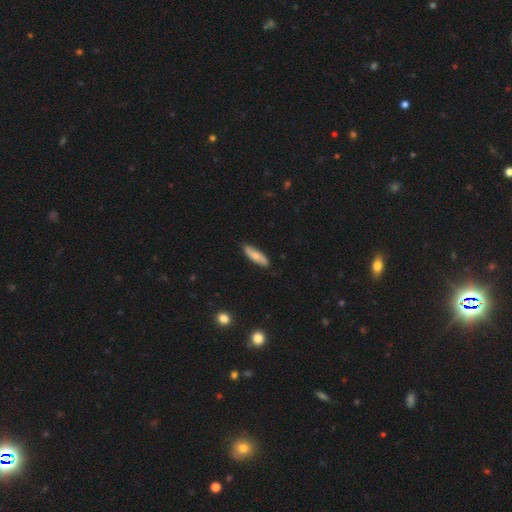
smooth_or_featured: smooth (p=0.75) [alt: featured or disk p=0.17]
how_rounded: in between (p=0.60) [alt: cigar-shaped p=0.40]
merging: none (p=0.86) [alt: minor disturbance p=0.14]